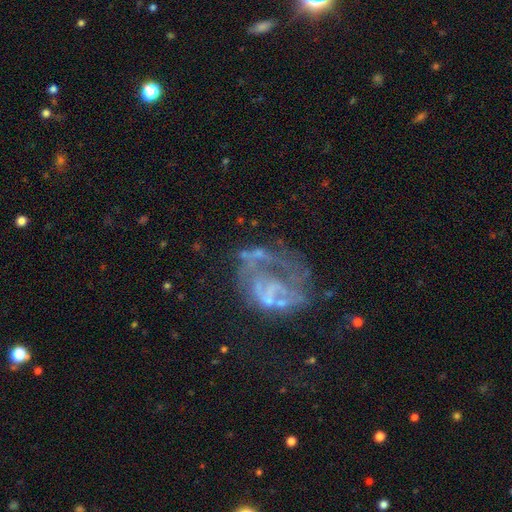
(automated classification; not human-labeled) This is likely a featured or disk galaxy (67%). It is clearly not viewed edge-on (98%). Bar: clearly no (82%). Spiral arm pattern: likely no (72%). Central bulge: likely none (68%). Merging: marginally major disturbance (41%).